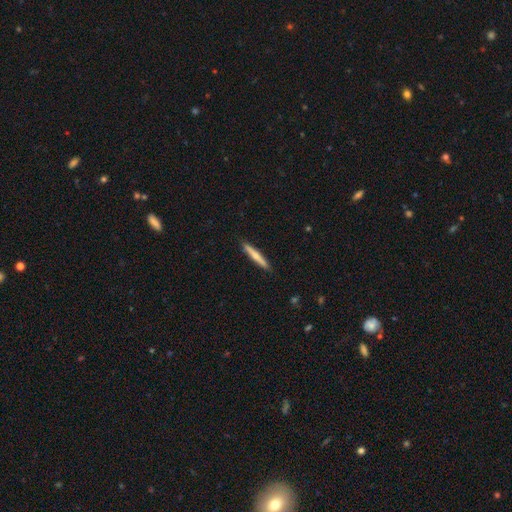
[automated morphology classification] type=smooth (53%); roundness=cigar-shaped (94%); merging=none (91%).